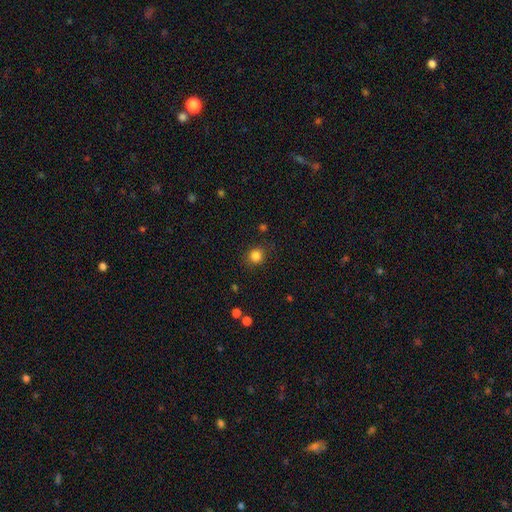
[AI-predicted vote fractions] Smooth or featured?
  - smooth: 83% *
  - star or artifact: 12%
  - featured or disk: 4%
How rounded?
  - round: 87% *
  - in between: 12%
  - cigar-shaped: 1%
Merging?
  - none: 85% *
  - minor disturbance: 10%
  - major disturbance: 3%
  - merger: 2%